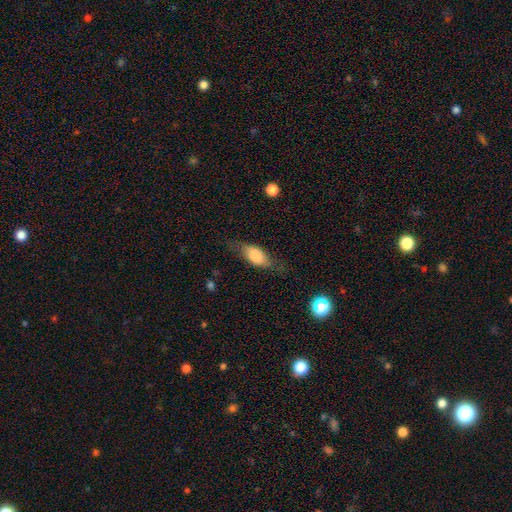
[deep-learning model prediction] smooth-or-featured: smooth: 70% | featured or disk: 23% | star or artifact: 7%
  how-rounded: in between: 79% | cigar-shaped: 17% | round: 5%
  merging: none: 64% | minor disturbance: 23% | major disturbance: 11% | merger: 2%